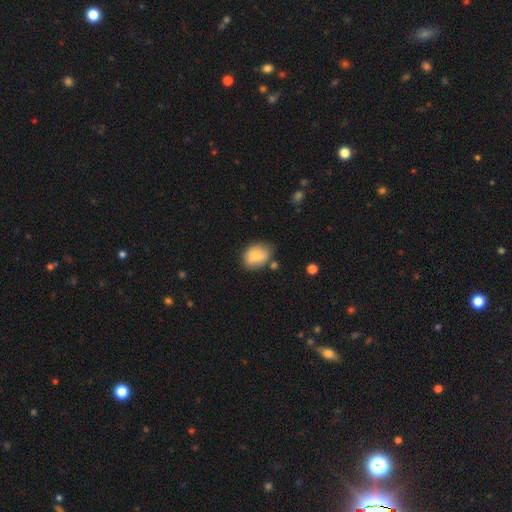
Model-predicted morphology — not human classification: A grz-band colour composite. It shows a smooth galaxy with no disk features (79%) that is in between round and cigar-shaped (78%). Merging: none (64%).